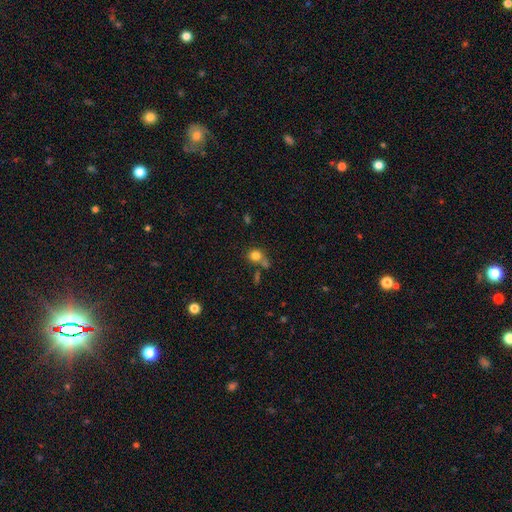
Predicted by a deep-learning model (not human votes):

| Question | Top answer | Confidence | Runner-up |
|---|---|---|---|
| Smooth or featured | smooth | 79% | star or artifact (12%) |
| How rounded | round | 71% | in between (27%) |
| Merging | none | 52% | merger (25%) |